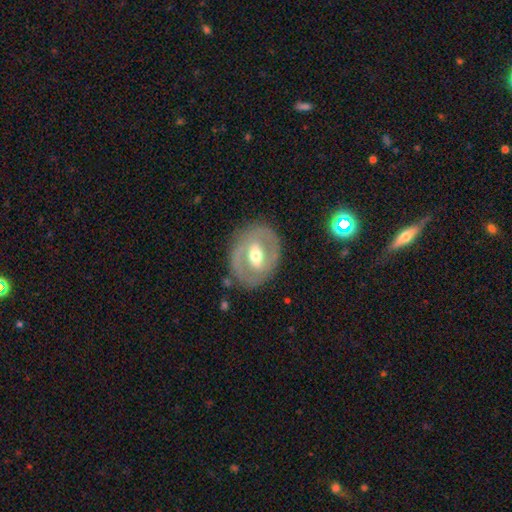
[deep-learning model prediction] featured or disk 66%, smooth 28%, star or artifact 6%. Down the decision tree: edge-on disk — no (93%); bar — weak (40%); spiral arms — no (66%); bulge size — moderate (72%); merging — none (81%).